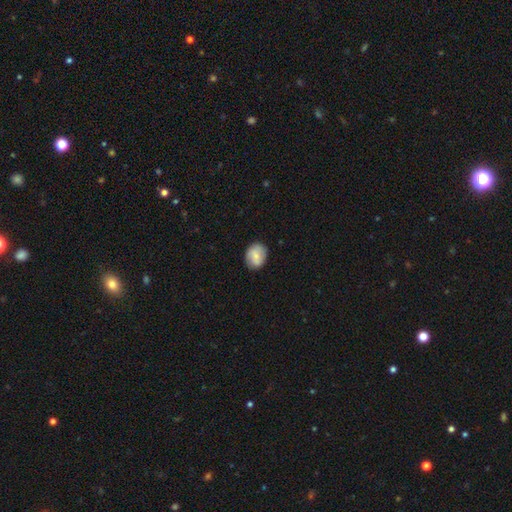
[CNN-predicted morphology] The model was most divided on "how rounded": in between: 51%, round: 48%, cigar-shaped: 1%. More confident: merging — none (82%); smooth or featured — smooth (73%).